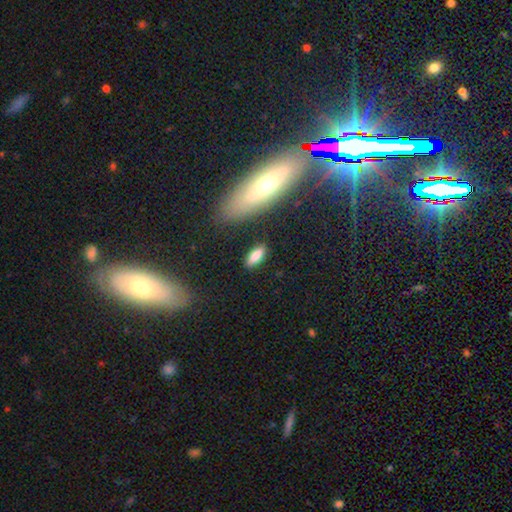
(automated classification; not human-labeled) This appears to be a smooth galaxy with no disk features (83%) that is in between round and cigar-shaped (75%). Merging: none (85%).